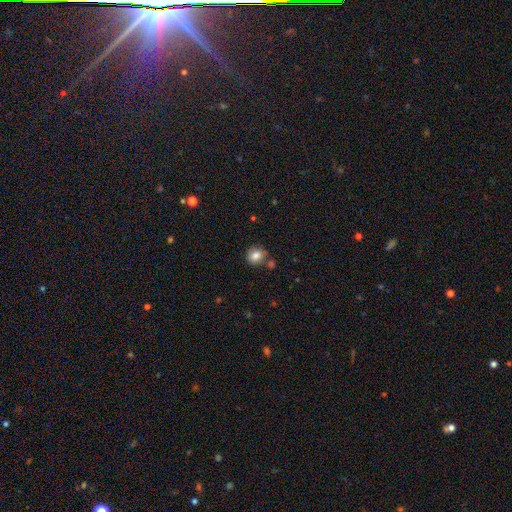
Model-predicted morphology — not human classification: A smooth galaxy with no disk features (83%) that is round (73%). Merging: none (72%).